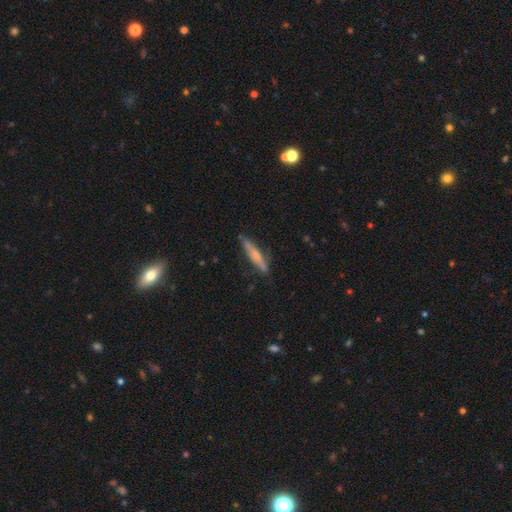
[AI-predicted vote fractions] This is possibly a smooth galaxy (57%). How rounded: clearly cigar-shaped (92%). Merging: clearly none (81%).